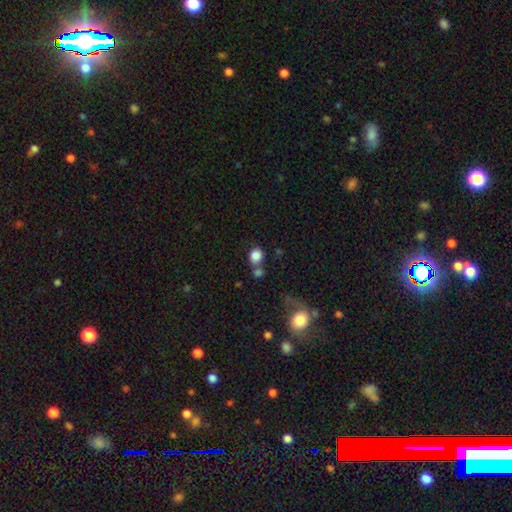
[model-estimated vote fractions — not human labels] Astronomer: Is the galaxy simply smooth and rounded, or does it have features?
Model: smooth — 85%.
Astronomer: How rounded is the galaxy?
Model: round — 75%.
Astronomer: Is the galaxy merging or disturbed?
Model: none — 57%.